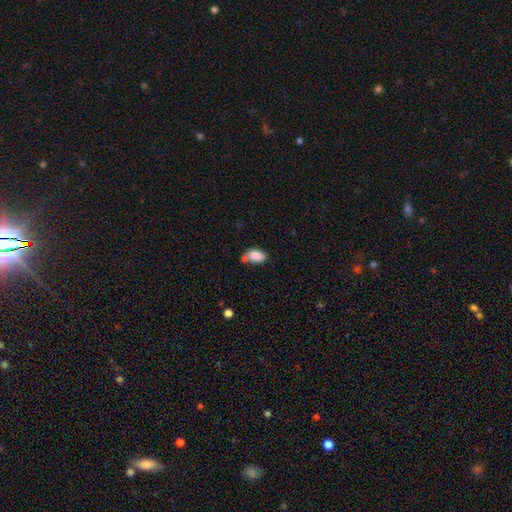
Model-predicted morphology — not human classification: A smooth galaxy with no disk features (86%) that is in between round and cigar-shaped (89%).

Vote fractions:
- Smooth or featured? smooth: 86% / star or artifact: 8% / featured or disk: 6%
- How rounded? in between: 89% / round: 9% / cigar-shaped: 1%
- Merging? none: 54% / merger: 24% / minor disturbance: 17% / major disturbance: 5%